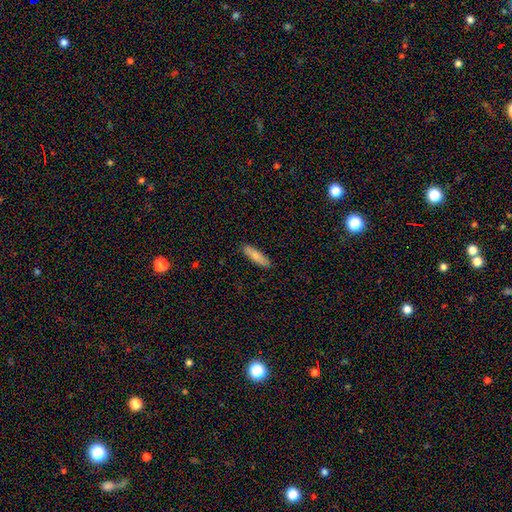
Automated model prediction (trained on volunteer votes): Morphology: type=smooth (80%); roundness=cigar-shaped (63%); merging=none (87%).